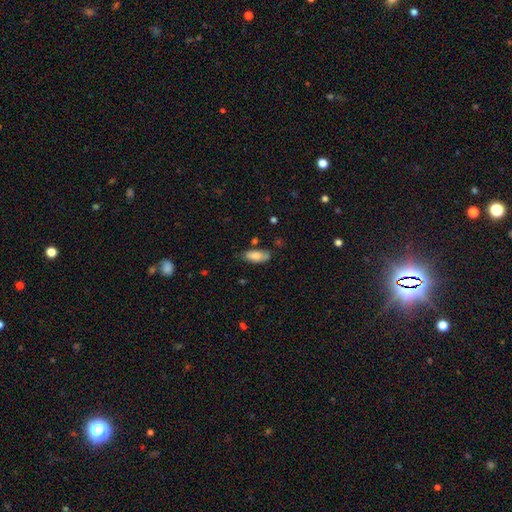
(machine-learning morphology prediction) The model was most divided on "merging": none: 66%, minor disturbance: 24%, major disturbance: 5%, merger: 5%. More confident: how rounded — in between (81%); smooth or featured — smooth (80%).